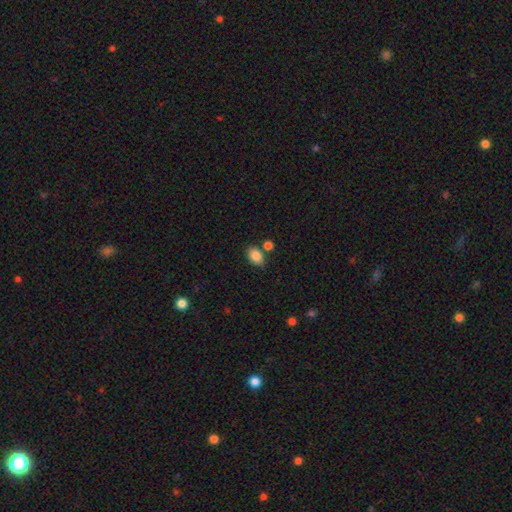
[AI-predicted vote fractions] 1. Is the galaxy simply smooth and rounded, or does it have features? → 85% smooth, 9% star or artifact, 7% featured or disk.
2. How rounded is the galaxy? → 86% in between, 13% round, 1% cigar-shaped.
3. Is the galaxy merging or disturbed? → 72% none, 13% minor disturbance, 11% merger, 3% major disturbance.